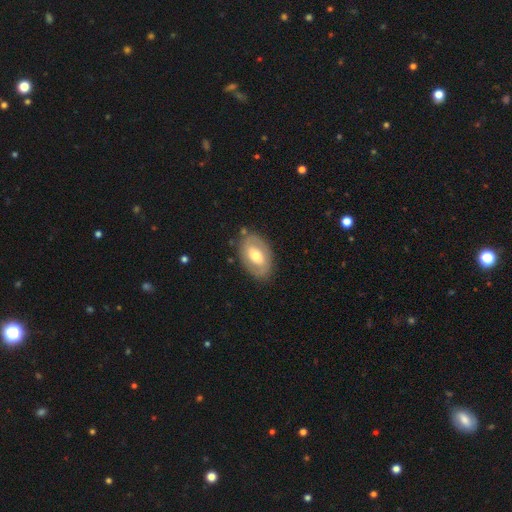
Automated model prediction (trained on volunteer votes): Smooth or featured: featured or disk — 53% (smooth — 41%)
Edge-on disk: no — 92% (yes — 8%)
Merging: none — 80% (minor disturbance — 14%)